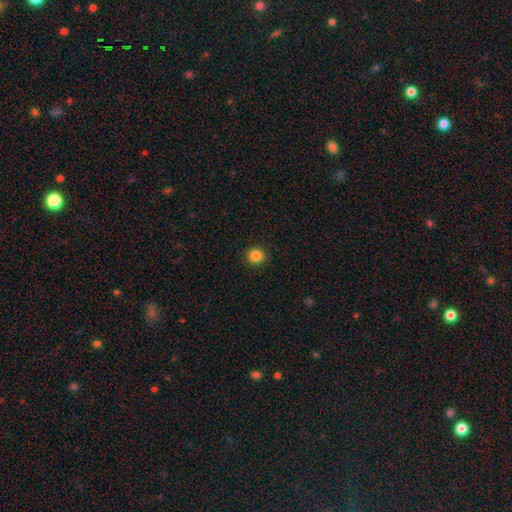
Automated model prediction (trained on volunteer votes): A smooth galaxy with no disk features (86%) that is round (92%). Merging: none (92%).